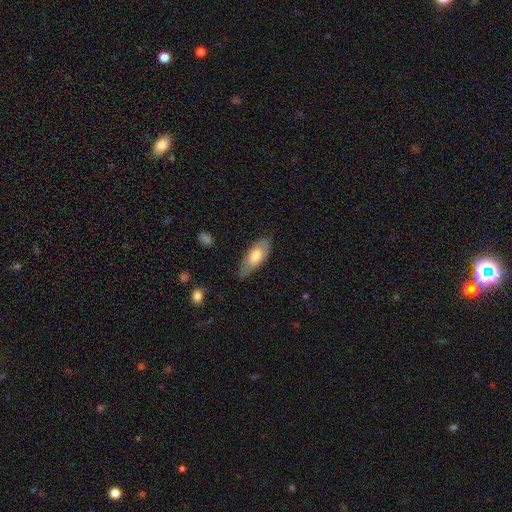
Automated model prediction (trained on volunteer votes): smooth-or-featured: smooth: 70% | featured or disk: 24% | star or artifact: 6%
  how-rounded: in between: 78% | cigar-shaped: 20% | round: 2%
  merging: none: 70% | minor disturbance: 24% | major disturbance: 5% | merger: 1%